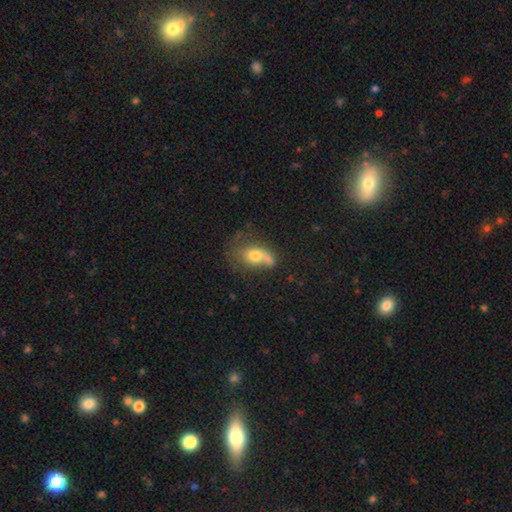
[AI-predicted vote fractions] smooth-or-featured: smooth: 63% | featured or disk: 27% | star or artifact: 10%
  how-rounded: in between: 73% | round: 23% | cigar-shaped: 4%
  merging: none: 32% | merger: 24% | major disturbance: 23% | minor disturbance: 21%